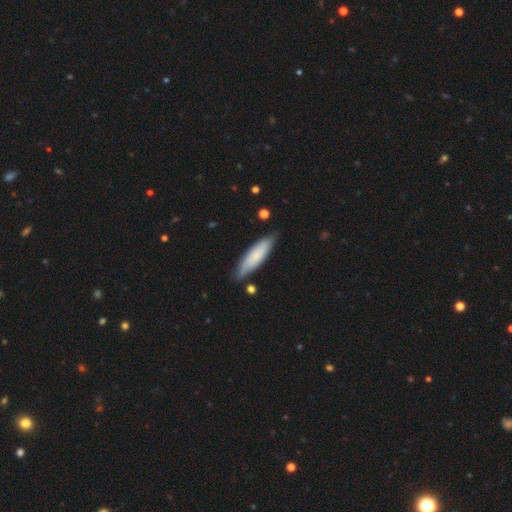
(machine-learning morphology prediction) This is likely a smooth galaxy (73%). How rounded: likely cigar-shaped (64%). Merging: likely none (78%).